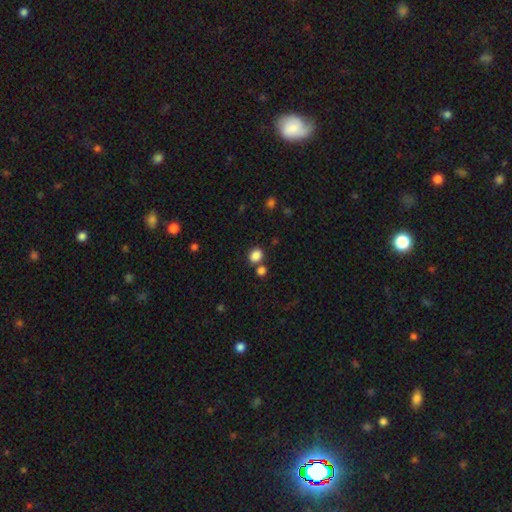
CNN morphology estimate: This is clearly a smooth galaxy (85%). How rounded: likely round (67%). Merging: likely none (70%).